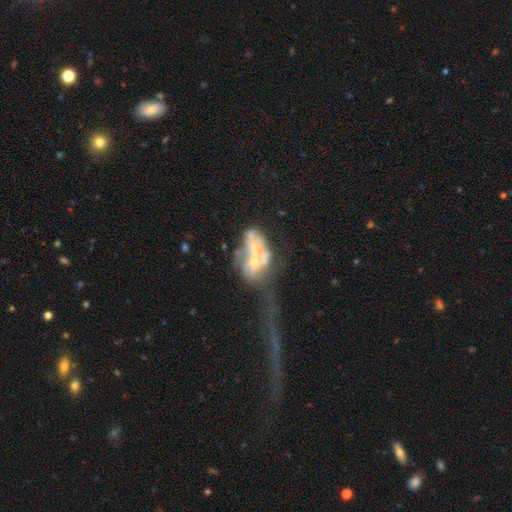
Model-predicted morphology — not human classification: The model was most divided on "bulge size": moderate: 43%, small: 30%, none: 19%, large: 7%, dominant: 3%. Remaining: edge-on disk — no (95%); bar — no (83%); spiral arms — no (81%); smooth or featured — featured or disk (59%); merging — merger (49%).